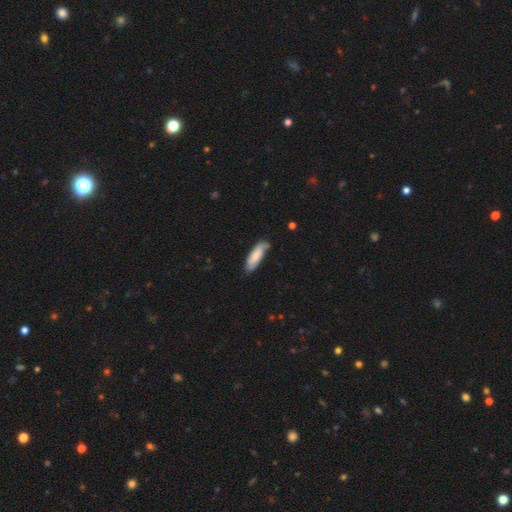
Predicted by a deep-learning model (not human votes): A smooth galaxy with no disk features (78%) that is cigar-shaped (51%). Merging: none (70%).